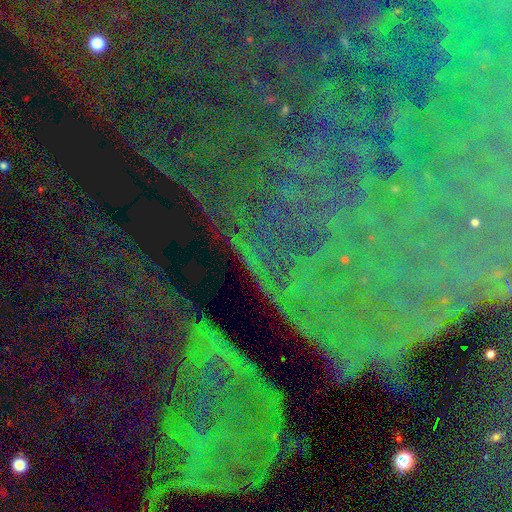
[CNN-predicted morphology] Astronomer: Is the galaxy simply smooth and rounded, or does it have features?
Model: star or artifact — 82%.